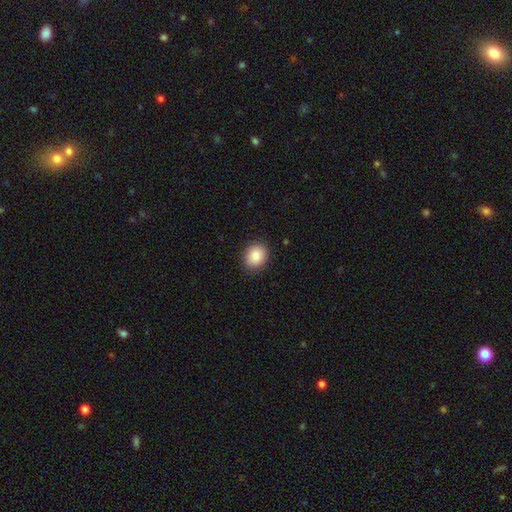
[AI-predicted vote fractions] Smooth or featured: smooth — 85% (star or artifact — 8%)
How rounded: round — 65% (in between — 34%)
Merging: none — 89% (minor disturbance — 8%)